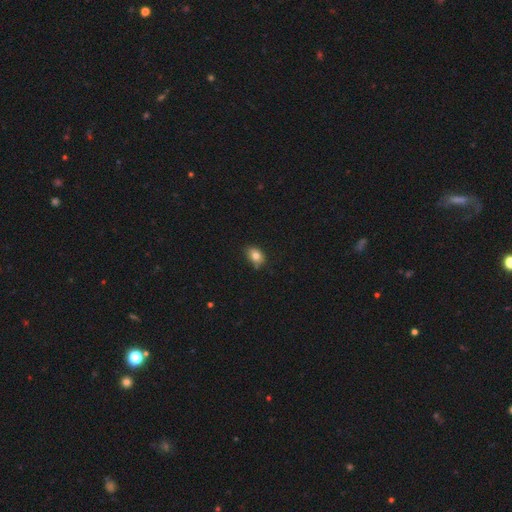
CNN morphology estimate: Smooth or featured? smooth (78%)
How rounded? in between (69%)
Merging? none (70%)